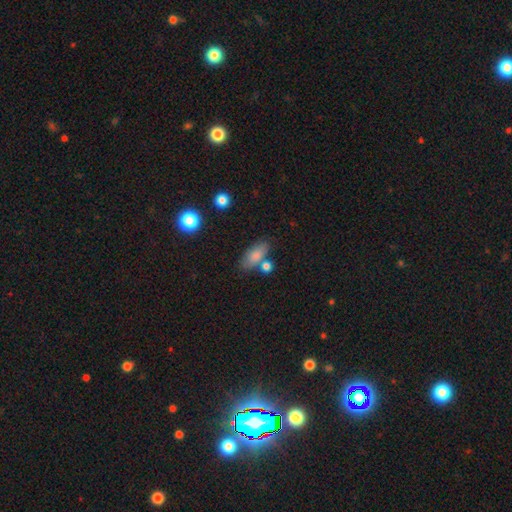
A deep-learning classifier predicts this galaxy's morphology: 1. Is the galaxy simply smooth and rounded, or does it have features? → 82% smooth, 10% featured or disk, 8% star or artifact.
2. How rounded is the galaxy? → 82% in between, 13% cigar-shaped, 5% round.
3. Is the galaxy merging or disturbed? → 66% none, 15% merger, 14% minor disturbance, 4% major disturbance.